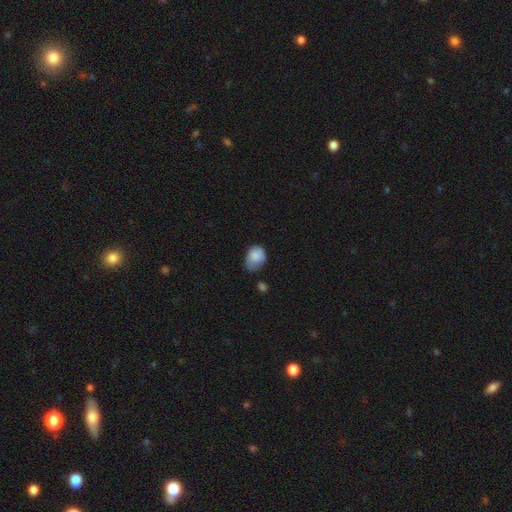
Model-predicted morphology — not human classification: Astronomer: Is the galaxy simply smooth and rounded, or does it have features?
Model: smooth — 80%.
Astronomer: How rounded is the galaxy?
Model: in between — 65%.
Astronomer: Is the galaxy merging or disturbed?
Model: minor disturbance — 42% (runner-up: none, 38%).